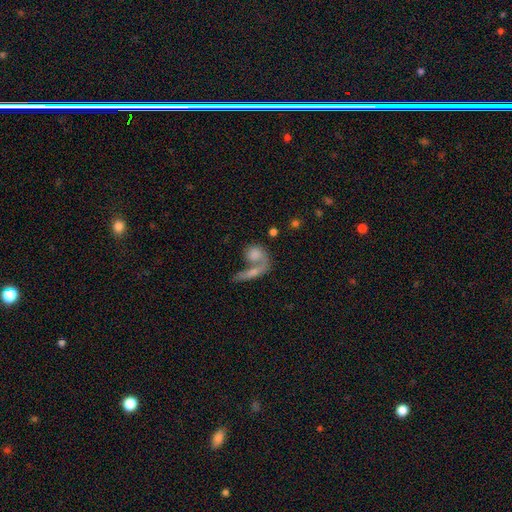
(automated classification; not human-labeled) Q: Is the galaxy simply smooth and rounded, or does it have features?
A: smooth — 64%.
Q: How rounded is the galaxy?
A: round — 49%.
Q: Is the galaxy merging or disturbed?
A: merger — 54%.